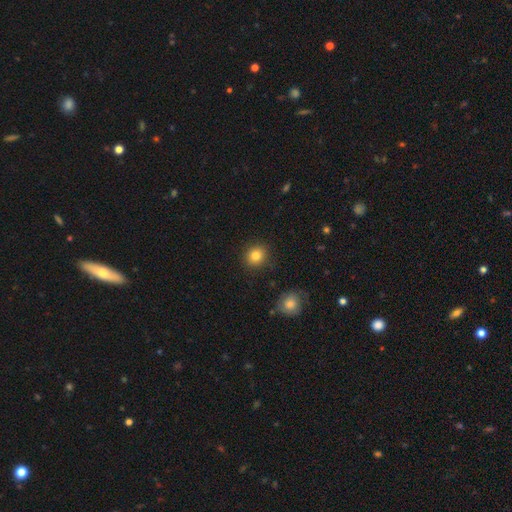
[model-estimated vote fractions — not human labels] A smooth galaxy with no disk features (83%) that is round (80%). Merging: none (88%).